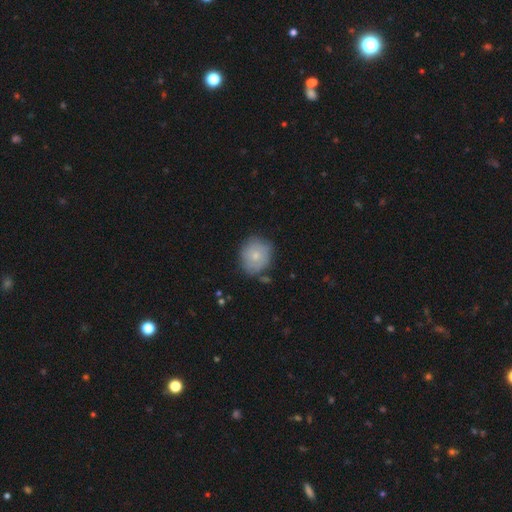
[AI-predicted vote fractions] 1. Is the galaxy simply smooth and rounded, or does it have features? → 65% smooth, 28% featured or disk, 7% star or artifact.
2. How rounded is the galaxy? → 75% round, 24% in between, 1% cigar-shaped.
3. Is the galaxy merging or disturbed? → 70% none, 22% minor disturbance, 5% major disturbance, 3% merger.